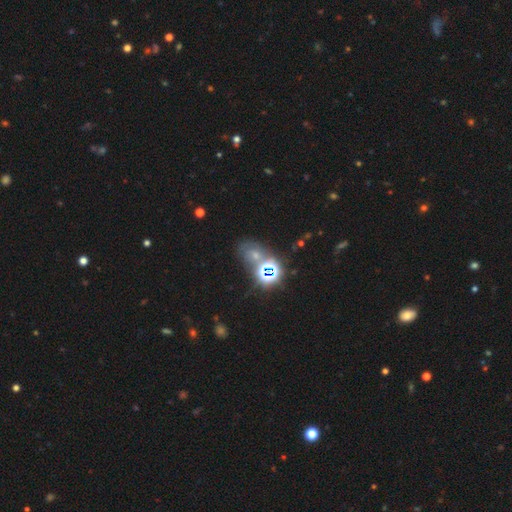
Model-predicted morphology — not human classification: The model was most divided on "smooth or featured": star or artifact: 49%, smooth: 32%, featured or disk: 19%.